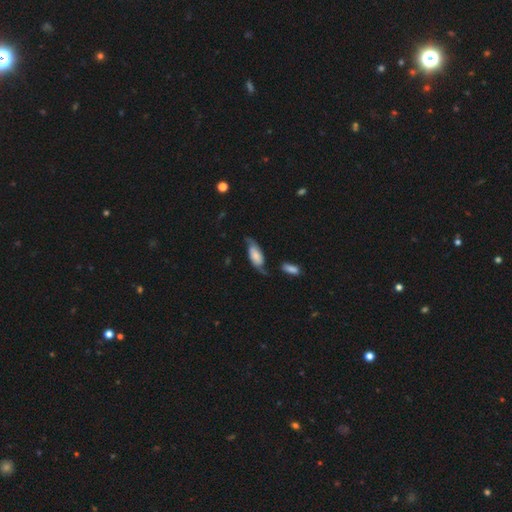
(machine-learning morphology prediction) This is likely a featured or disk galaxy (60%). It is clearly not viewed edge-on (88%). Bar: possibly no (58%). Spiral arm pattern: clearly yes (91%). Central bulge: marginally small (25%). Merging: possibly none (58%).